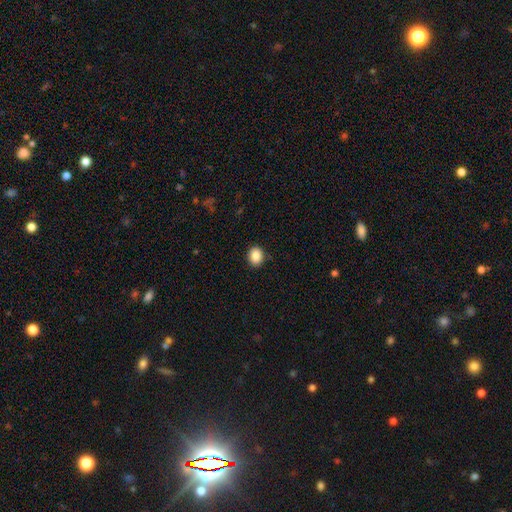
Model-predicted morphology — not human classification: A smooth galaxy with no disk features (88%) that is round (51%).

Vote fractions:
- Smooth or featured? smooth: 88% / star or artifact: 9% / featured or disk: 3%
- How rounded? round: 51% / in between: 48% / cigar-shaped: 1%
- Merging? none: 90% / minor disturbance: 7% / major disturbance: 2% / merger: 1%